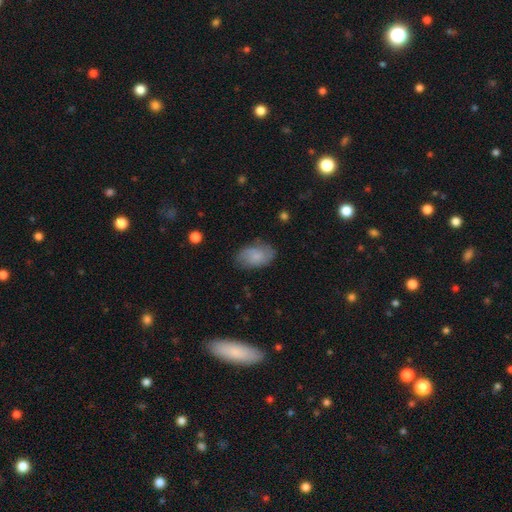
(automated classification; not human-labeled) The model was most divided on "smooth or featured": smooth: 61%, featured or disk: 32%, star or artifact: 8%. More confident: how rounded — in between (90%); merging — none (74%).